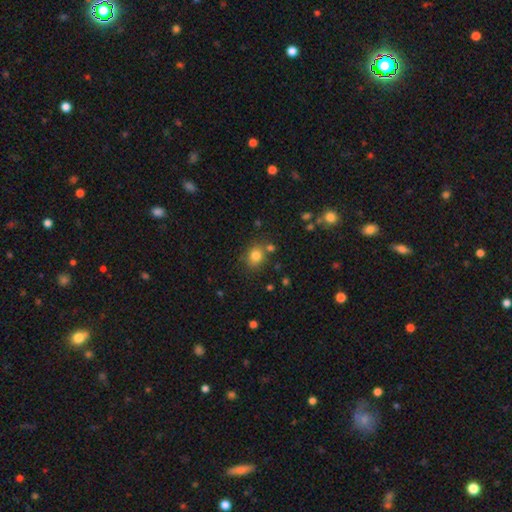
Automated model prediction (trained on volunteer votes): A smooth galaxy with no disk features (80%) that is round (68%). Merging: none (72%).